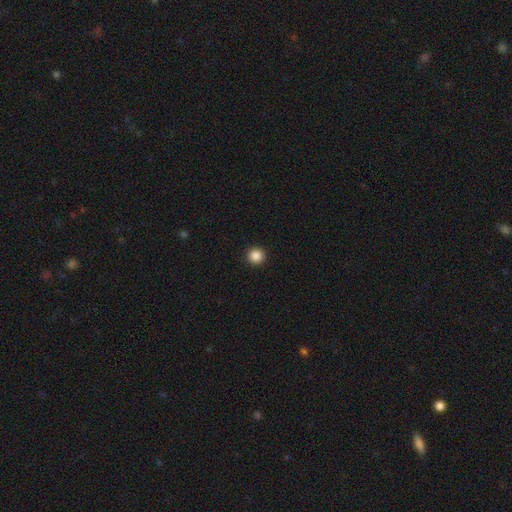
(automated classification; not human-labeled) Q: Smooth or featured?
A: smooth (87%); runner-up: star or artifact (10%)
Q: How rounded?
A: round (96%); runner-up: in between (3%)
Q: Merging?
A: none (94%); runner-up: minor disturbance (4%)